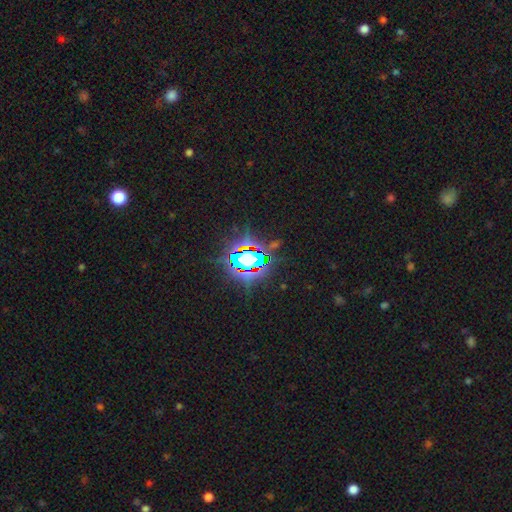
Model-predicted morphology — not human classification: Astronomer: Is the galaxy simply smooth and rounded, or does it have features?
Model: star or artifact — 77%.